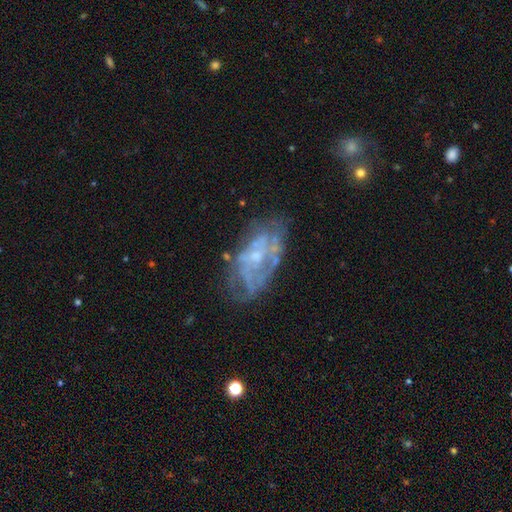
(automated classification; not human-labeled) The model was most divided on "spiral arms": yes: 55%, no: 45%. More confident: edge-on disk — no (94%); bar — no (75%); smooth or featured — featured or disk (74%); bulge size — small (62%); merging — none (55%).